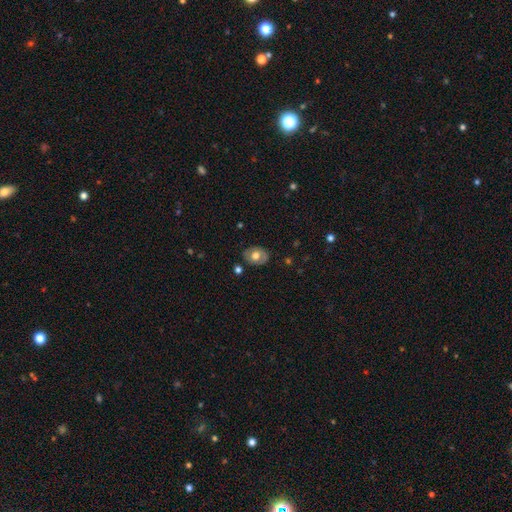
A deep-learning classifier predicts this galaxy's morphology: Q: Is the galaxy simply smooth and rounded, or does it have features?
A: smooth — 55%.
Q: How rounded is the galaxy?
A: in between — 64%.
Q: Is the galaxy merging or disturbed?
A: none — 82%.